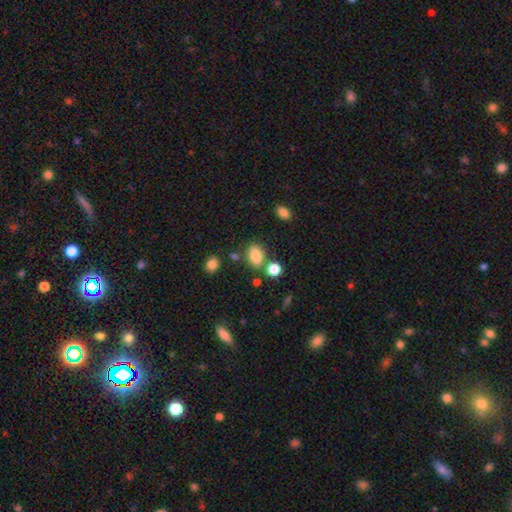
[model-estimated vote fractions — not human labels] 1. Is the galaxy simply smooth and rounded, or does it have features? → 82% smooth, 11% star or artifact, 7% featured or disk.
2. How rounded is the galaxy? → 81% in between, 17% round, 2% cigar-shaped.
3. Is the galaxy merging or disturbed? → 65% none, 16% minor disturbance, 14% merger, 5% major disturbance.